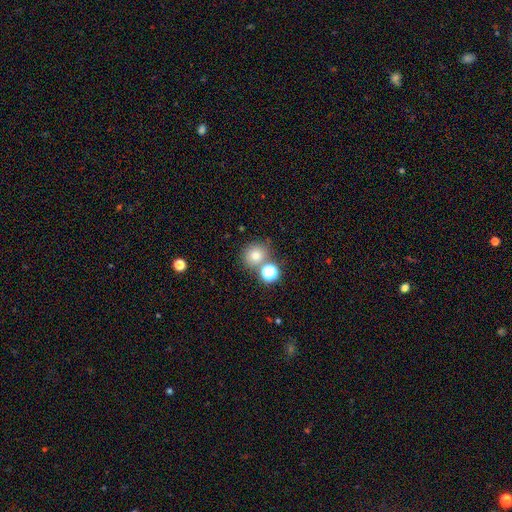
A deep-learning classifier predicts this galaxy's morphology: A smooth galaxy with no disk features (75%) that is round (82%).

Vote fractions:
- Smooth or featured? smooth: 75% / star or artifact: 17% / featured or disk: 9%
- How rounded? round: 82% / in between: 18% / cigar-shaped: 1%
- Merging? none: 67% / merger: 20% / minor disturbance: 10% / major disturbance: 4%